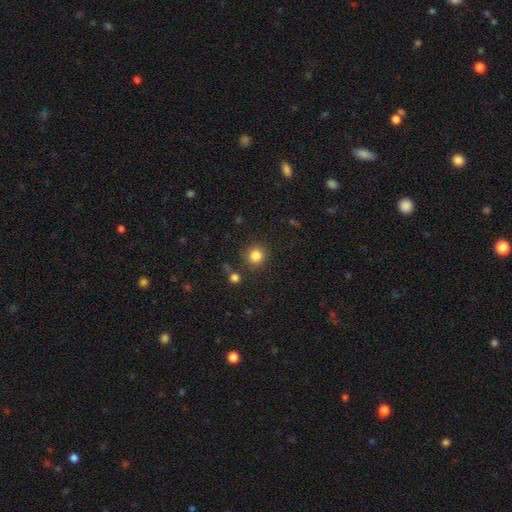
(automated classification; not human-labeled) This appears to be a smooth galaxy with no disk features (84%) that is round (91%). Merging: none (85%).